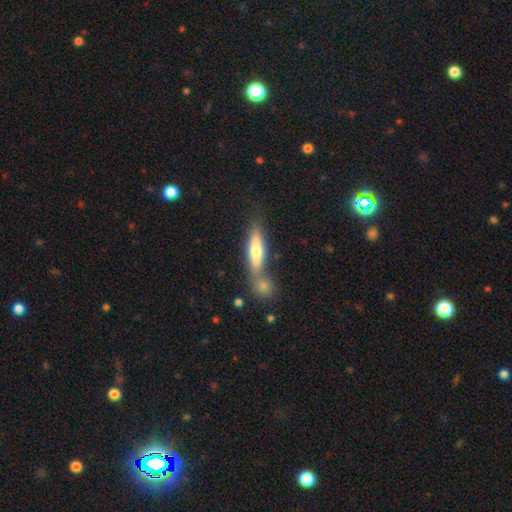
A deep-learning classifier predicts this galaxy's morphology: A smooth galaxy with no disk features (61%) that is cigar-shaped (64%). Merging: none (44%).